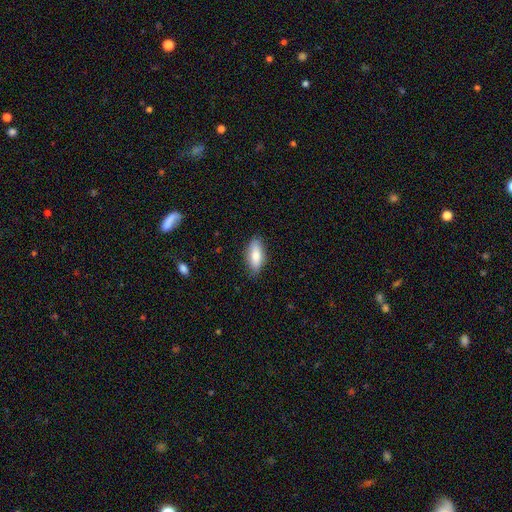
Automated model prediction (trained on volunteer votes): Q: Smooth or featured?
A: smooth (80%); runner-up: featured or disk (14%)
Q: How rounded?
A: in between (79%); runner-up: cigar-shaped (19%)
Q: Merging?
A: none (85%); runner-up: minor disturbance (12%)